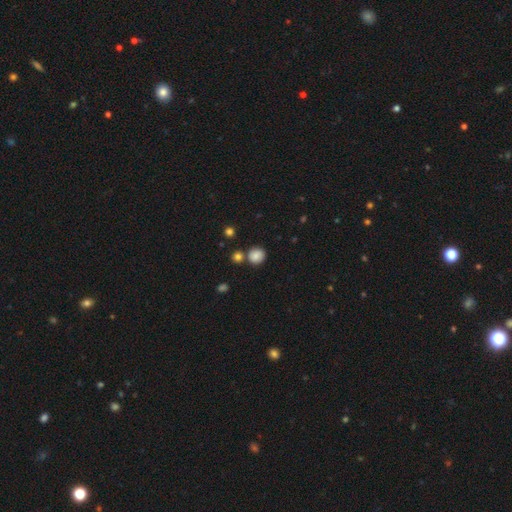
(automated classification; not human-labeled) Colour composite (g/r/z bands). It shows a smooth galaxy with no disk features (84%) that is round (88%). Merging: none (74%).